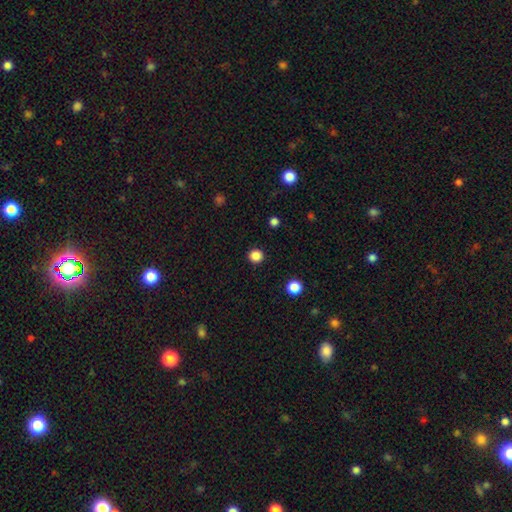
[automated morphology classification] The model was most divided on "smooth or featured": smooth: 85%, star or artifact: 12%, featured or disk: 3%. More confident: how rounded — round (93%); merging — none (92%).